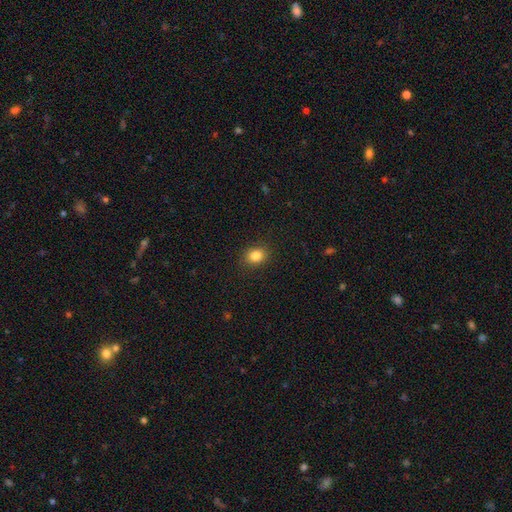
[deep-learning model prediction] smooth_or_featured: smooth (p=0.84) [alt: star or artifact p=0.10]
how_rounded: round (p=0.55) [alt: in between p=0.44]
merging: none (p=0.87) [alt: minor disturbance p=0.09]